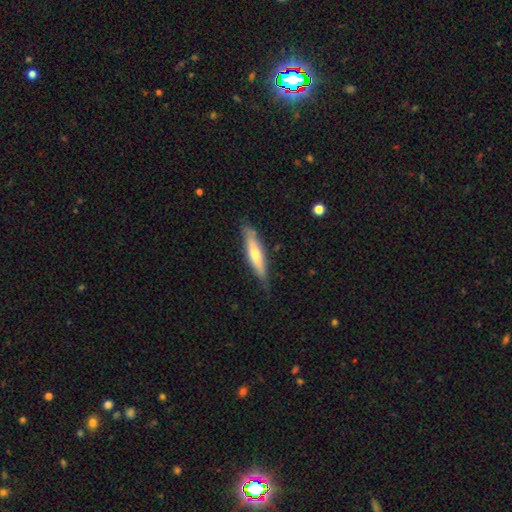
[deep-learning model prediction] Overall: smooth (52%; featured or disk 43%). How rounded: cigar-shaped (80%). Merging: none (77%).